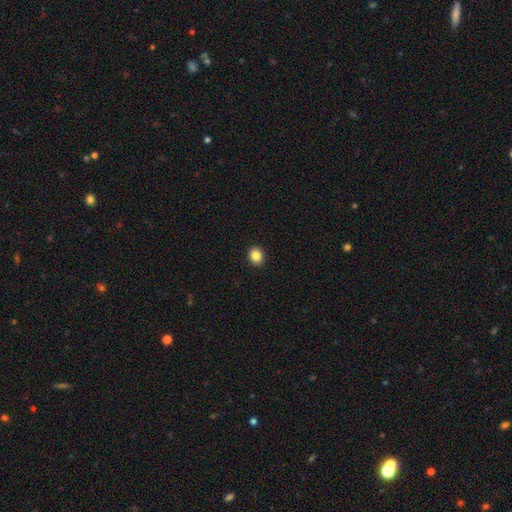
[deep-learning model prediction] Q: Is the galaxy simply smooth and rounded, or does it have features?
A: smooth — 86%.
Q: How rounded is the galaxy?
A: round — 65%.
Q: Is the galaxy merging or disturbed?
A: none — 92%.